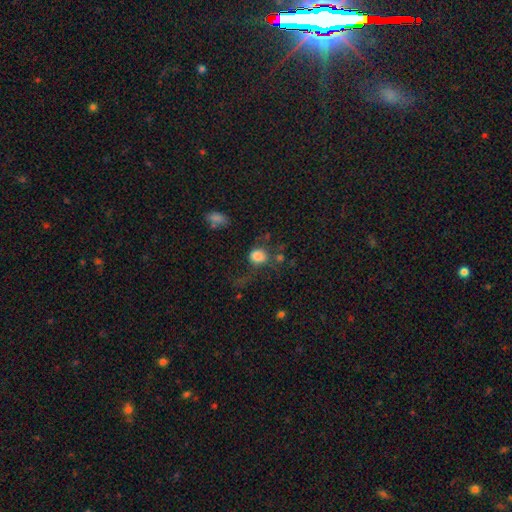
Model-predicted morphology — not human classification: smooth 78%, star or artifact 12%, featured or disk 10%. Down the decision tree: how rounded — round (74%); merging — none (46%).